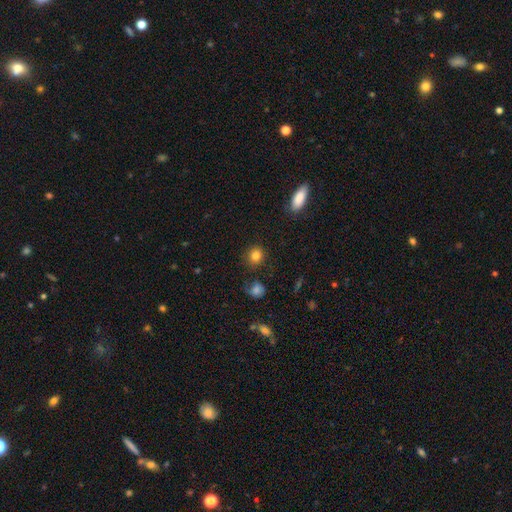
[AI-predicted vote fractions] Smooth or featured? Predicted: smooth (p=0.84). How rounded? Predicted: round (p=0.80). Merging? Predicted: none (p=0.84).